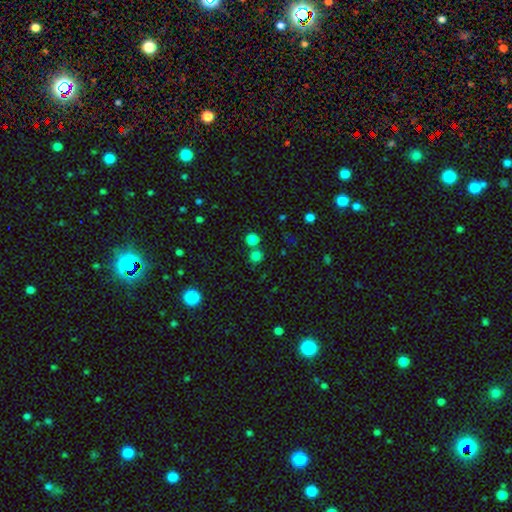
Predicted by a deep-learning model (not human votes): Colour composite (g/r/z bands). It shows a smooth galaxy with no disk features (77%) that is round (87%). Merging: none (70%).